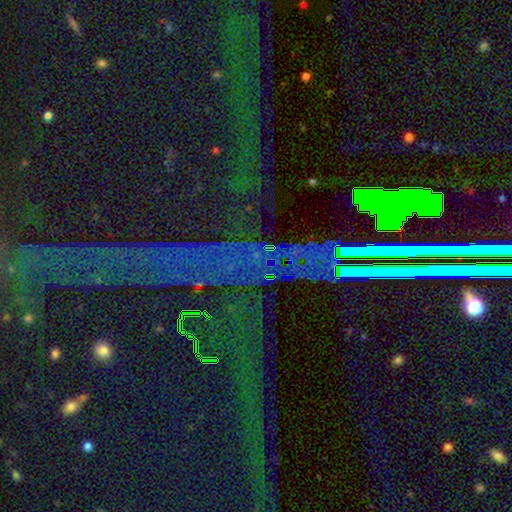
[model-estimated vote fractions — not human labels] Smooth or featured?
  - star or artifact: 85% *
  - featured or disk: 8%
  - smooth: 7%